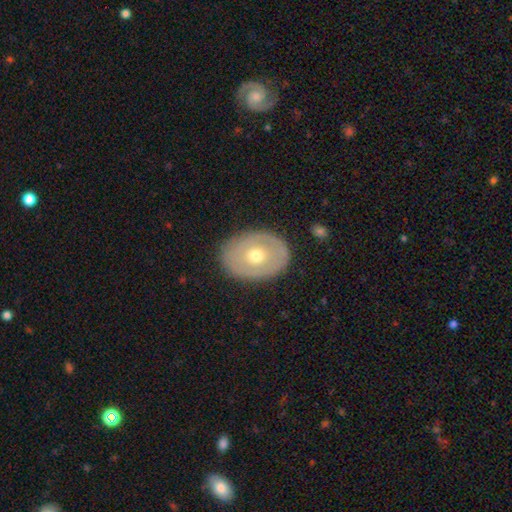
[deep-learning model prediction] This is possibly a featured or disk galaxy (47%, tied with smooth). Merging: clearly none (85%).